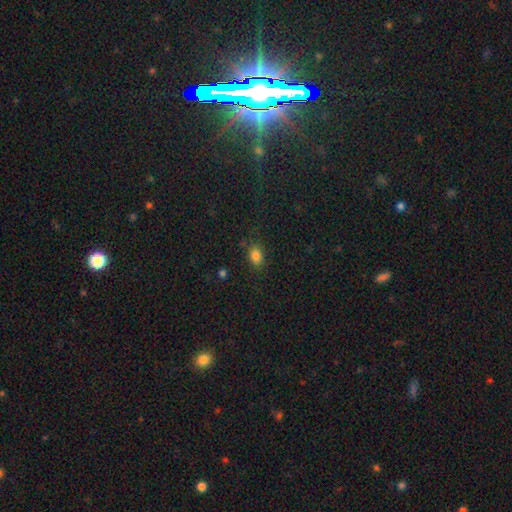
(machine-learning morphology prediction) Overall: smooth (82%). How rounded: in between (71%). Merging: none (79%).